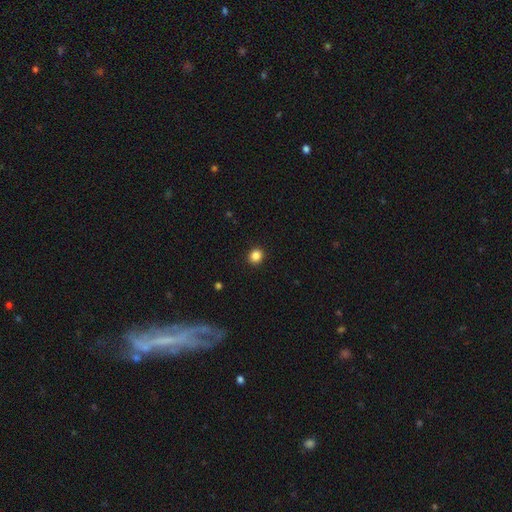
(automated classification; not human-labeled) The model was most divided on "how rounded": round: 82%, in between: 17%, cigar-shaped: 1%. More confident: merging — none (92%); smooth or featured — smooth (86%).